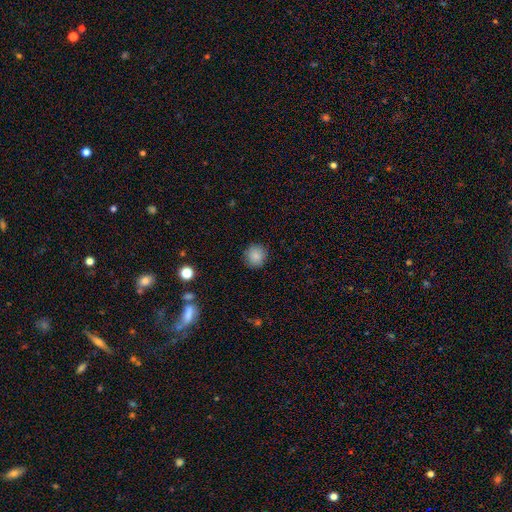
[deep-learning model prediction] This is clearly a smooth galaxy (86%). How rounded: clearly round (92%). Merging: clearly none (89%).